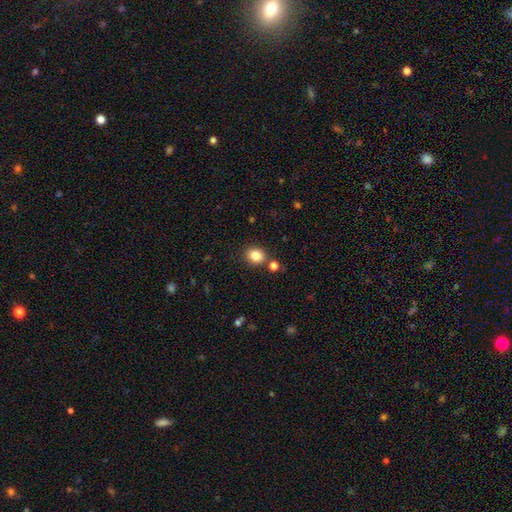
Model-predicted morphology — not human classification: Smooth or featured?
  - smooth: 84% *
  - star or artifact: 11%
  - featured or disk: 5%
How rounded?
  - round: 69% *
  - in between: 30%
  - cigar-shaped: 1%
Merging?
  - none: 81% *
  - minor disturbance: 8%
  - merger: 8%
  - major disturbance: 2%